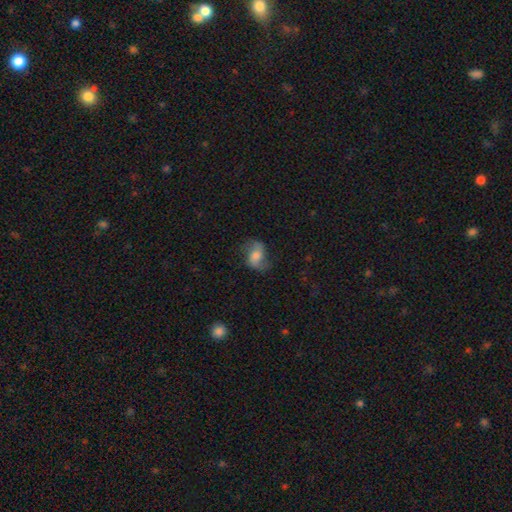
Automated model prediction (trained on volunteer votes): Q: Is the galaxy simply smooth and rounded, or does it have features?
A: featured or disk — 52%.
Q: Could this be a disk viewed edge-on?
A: no — 96%.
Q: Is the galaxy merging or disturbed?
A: none — 65%.